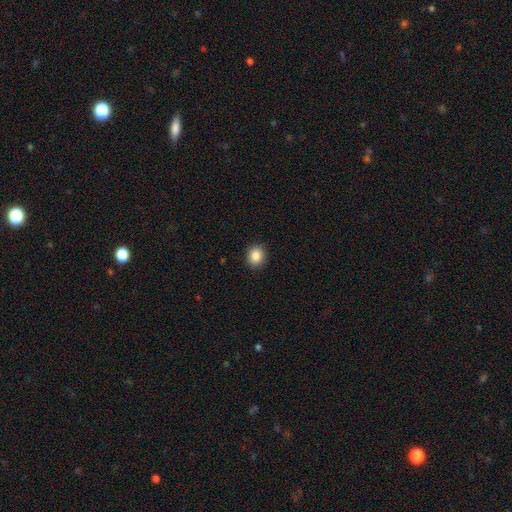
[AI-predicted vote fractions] Smooth or featured? Predicted: smooth (p=0.86). How rounded? Predicted: round (p=0.75). Merging? Predicted: none (p=0.91).